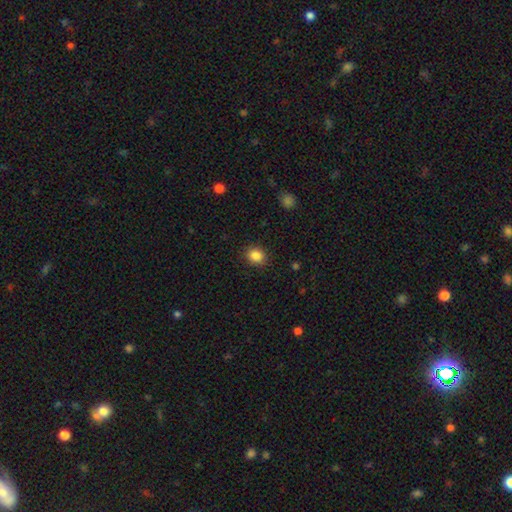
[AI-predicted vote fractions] Smooth or featured? smooth (86%)
How rounded? round (67%)
Merging? none (89%)